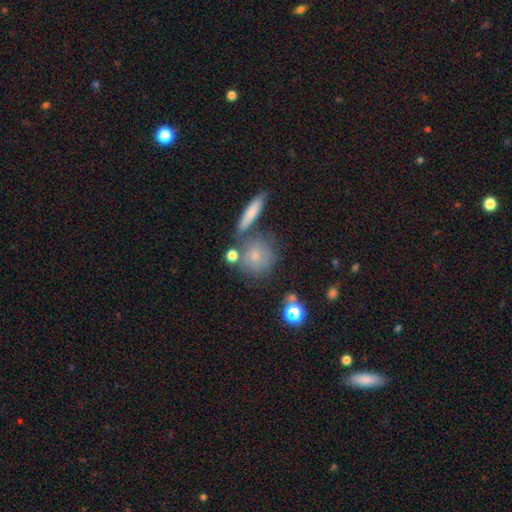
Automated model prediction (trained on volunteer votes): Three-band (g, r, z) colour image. It shows a smooth galaxy with no disk features (70%) that is round (78%). Merging: none (59%).